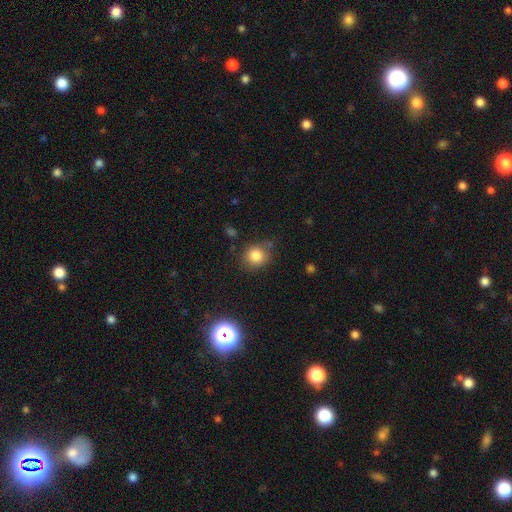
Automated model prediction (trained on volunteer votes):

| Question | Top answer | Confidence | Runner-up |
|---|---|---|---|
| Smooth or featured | smooth | 82% | star or artifact (12%) |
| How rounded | round | 82% | in between (17%) |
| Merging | none | 78% | minor disturbance (14%) |